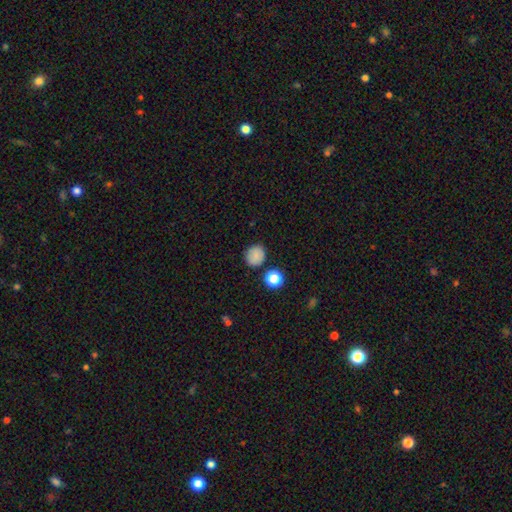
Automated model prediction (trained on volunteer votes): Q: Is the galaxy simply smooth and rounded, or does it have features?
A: smooth — 83%.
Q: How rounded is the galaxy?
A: round — 82%.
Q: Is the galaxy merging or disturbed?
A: none — 85%.